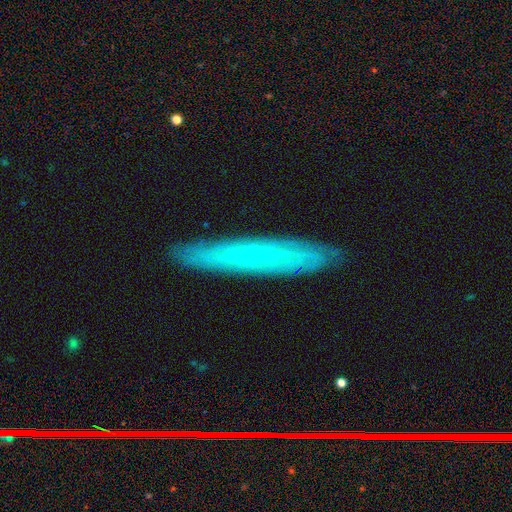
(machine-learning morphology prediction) Smooth or featured?
  - featured or disk: 58% *
  - smooth: 33%
  - star or artifact: 9%
Edge-on disk?
  - yes: 68% *
  - no: 32%
Merging?
  - none: 87% *
  - minor disturbance: 10%
  - major disturbance: 2%
  - merger: 1%